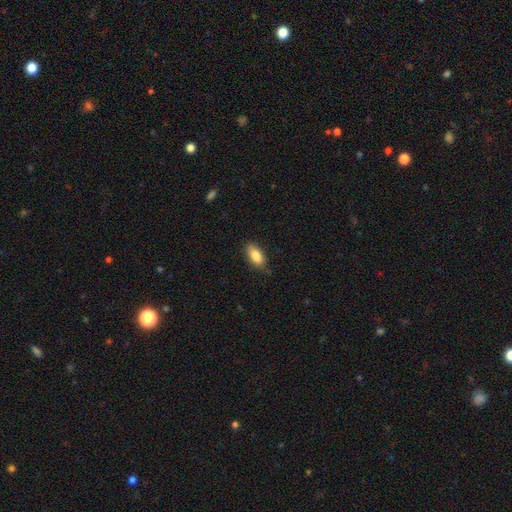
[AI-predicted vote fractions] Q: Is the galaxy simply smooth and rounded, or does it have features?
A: smooth — 85%.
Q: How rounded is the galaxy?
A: in between — 87%.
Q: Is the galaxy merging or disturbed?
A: none — 77%.